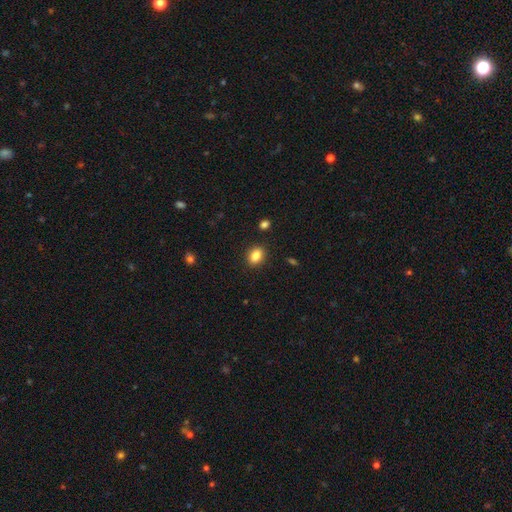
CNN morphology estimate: Smooth or featured?
  - smooth: 86% *
  - star or artifact: 9%
  - featured or disk: 5%
How rounded?
  - in between: 66% *
  - round: 33%
  - cigar-shaped: 1%
Merging?
  - none: 88% *
  - minor disturbance: 8%
  - major disturbance: 2%
  - merger: 2%